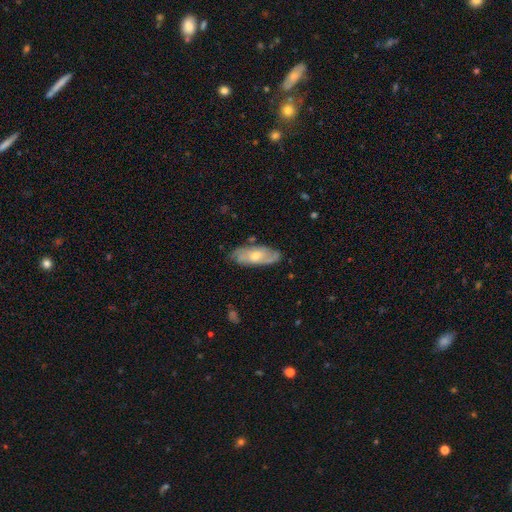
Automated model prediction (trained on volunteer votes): smooth-or-featured: featured or disk: 59% | smooth: 35% | star or artifact: 6%
  disk-edge-on: no: 81% | yes: 19%
  merging: none: 78% | minor disturbance: 17% | major disturbance: 3% | merger: 2%